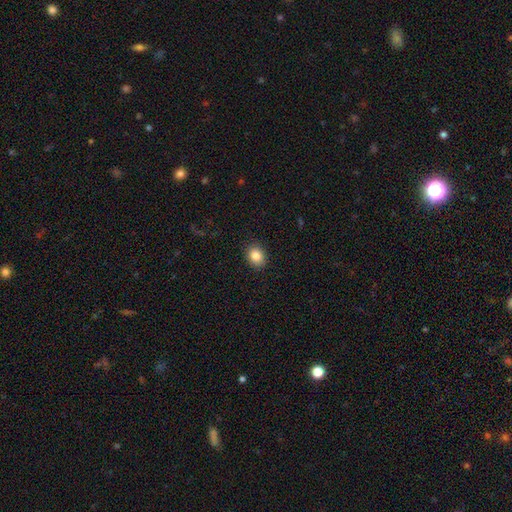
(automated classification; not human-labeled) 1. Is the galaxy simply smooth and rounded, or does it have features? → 85% smooth, 9% star or artifact, 6% featured or disk.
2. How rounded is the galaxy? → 50% round, 49% in between, 1% cigar-shaped.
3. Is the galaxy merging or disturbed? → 90% none, 7% minor disturbance, 2% major disturbance, 1% merger.